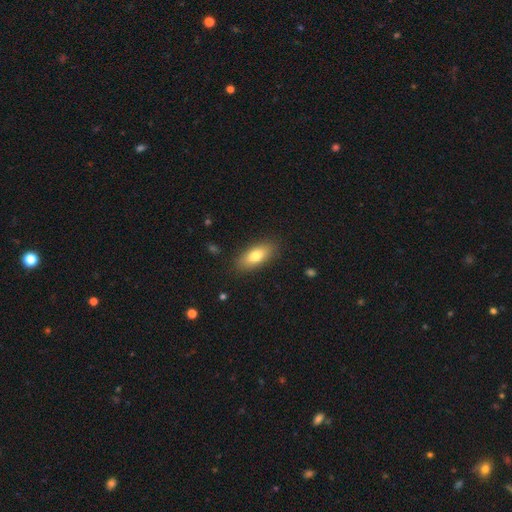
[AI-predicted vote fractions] This appears to be a smooth galaxy with no disk features (76%) that is in between round and cigar-shaped (81%). Merging: none (86%).